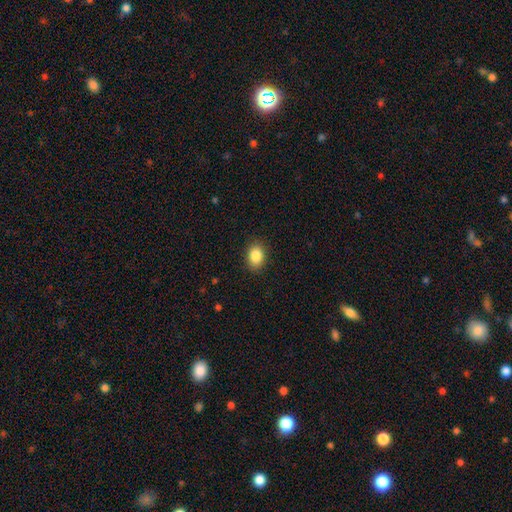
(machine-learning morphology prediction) Smooth or featured?
  - smooth: 87% *
  - star or artifact: 8%
  - featured or disk: 5%
How rounded?
  - in between: 75% *
  - round: 24%
  - cigar-shaped: 1%
Merging?
  - none: 88% *
  - minor disturbance: 8%
  - major disturbance: 2%
  - merger: 1%